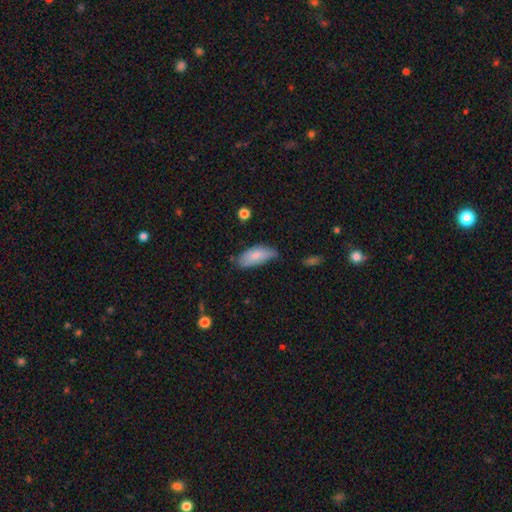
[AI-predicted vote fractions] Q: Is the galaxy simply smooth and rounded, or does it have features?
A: smooth — 80%.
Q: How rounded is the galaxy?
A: in between — 85%.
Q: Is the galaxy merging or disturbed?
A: none — 51%.